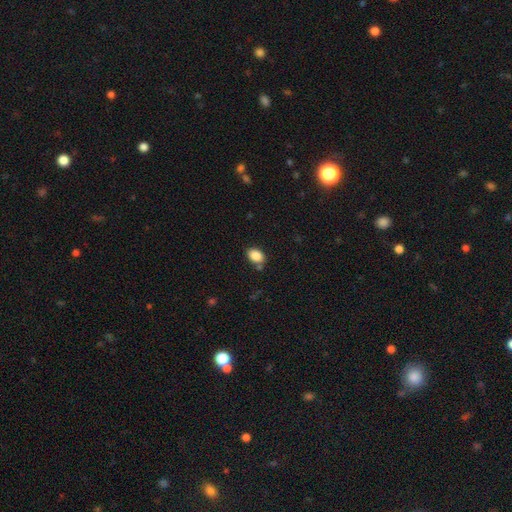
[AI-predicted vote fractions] Q: Smooth or featured?
A: smooth (86%); runner-up: star or artifact (9%)
Q: How rounded?
A: in between (79%); runner-up: round (20%)
Q: Merging?
A: none (75%); runner-up: minor disturbance (15%)